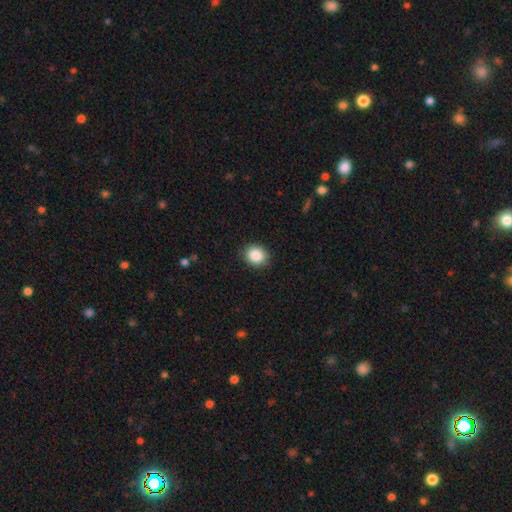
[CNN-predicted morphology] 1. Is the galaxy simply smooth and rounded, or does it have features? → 88% smooth, 8% star or artifact, 4% featured or disk.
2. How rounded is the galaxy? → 67% round, 32% in between, 1% cigar-shaped.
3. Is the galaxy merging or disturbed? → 88% none, 8% minor disturbance, 2% major disturbance, 1% merger.